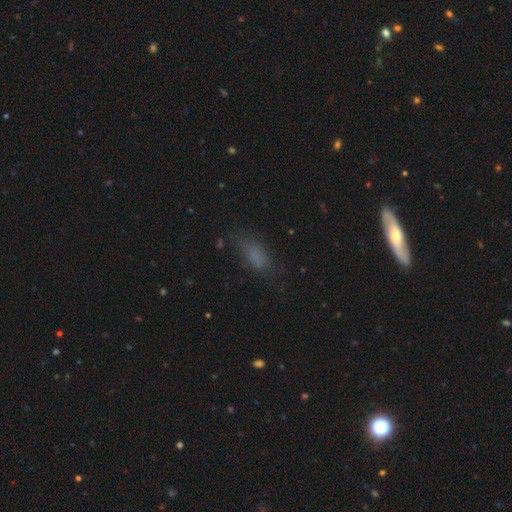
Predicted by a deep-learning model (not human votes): Smooth or featured: smooth — 73% (star or artifact — 15%)
How rounded: in between — 76% (cigar-shaped — 19%)
Merging: none — 63% (minor disturbance — 22%)